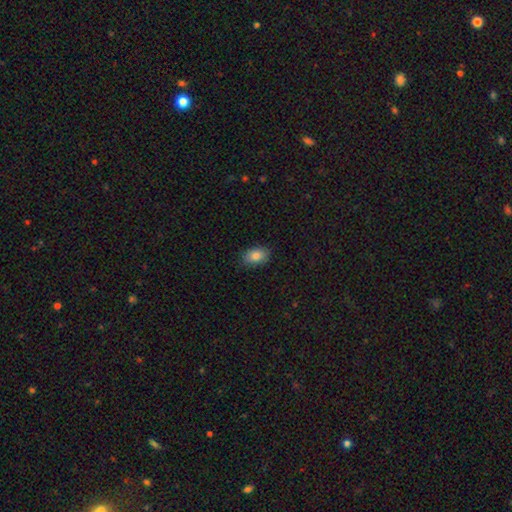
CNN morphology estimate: smooth-or-featured: smooth: 84% | star or artifact: 8% | featured or disk: 7%
  how-rounded: in between: 86% | round: 13% | cigar-shaped: 1%
  merging: none: 85% | minor disturbance: 12% | major disturbance: 2% | merger: 1%